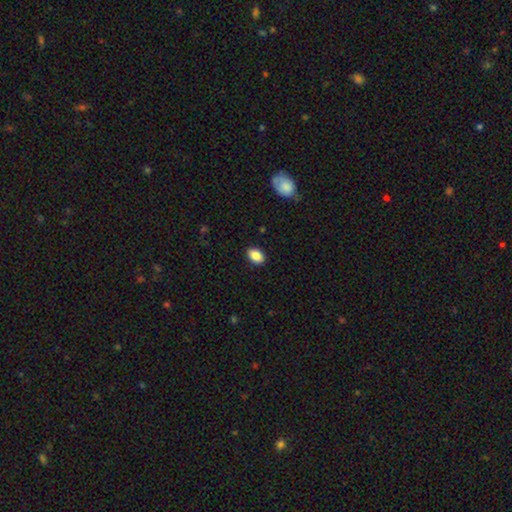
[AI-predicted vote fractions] The model was most divided on "how rounded": in between: 85%, round: 14%, cigar-shaped: 1%. More confident: merging — none (89%); smooth or featured — smooth (87%).